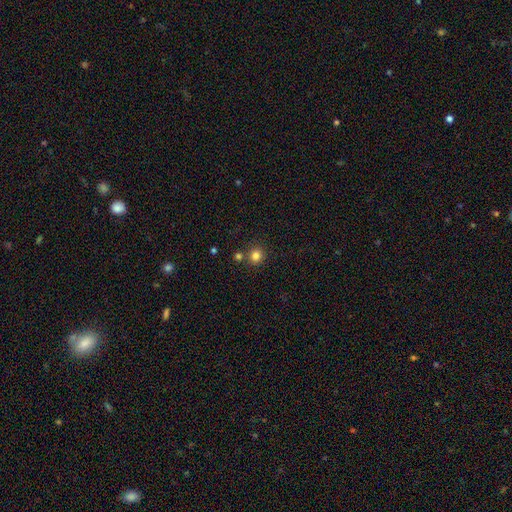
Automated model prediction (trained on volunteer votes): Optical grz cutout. It shows a smooth galaxy with no disk features (82%) that is round (89%). Merging: none (78%).